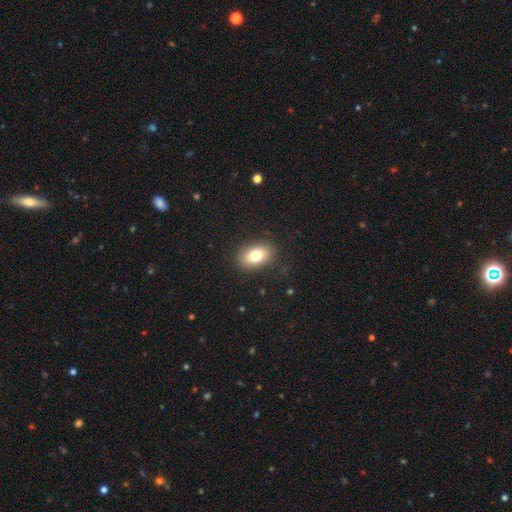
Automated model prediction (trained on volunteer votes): A smooth galaxy with no disk features (79%) that is in between round and cigar-shaped (85%). Merging: none (86%).